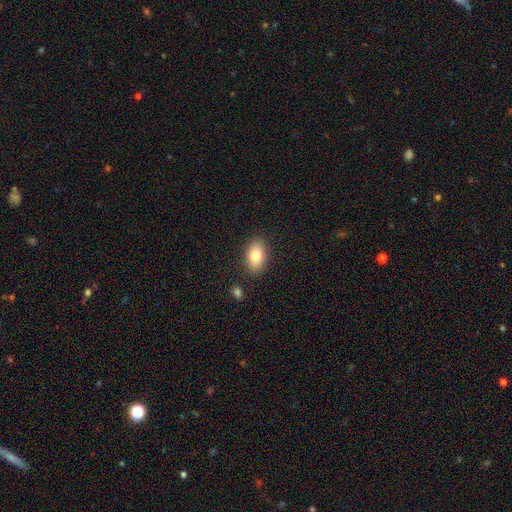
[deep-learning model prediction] Morphology: type=smooth (80%); roundness=in between (88%); merging=none (87%).